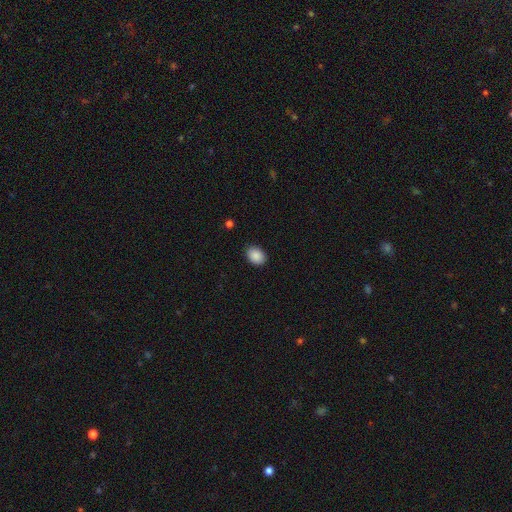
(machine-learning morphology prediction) Q: Smooth or featured?
A: smooth (89%); runner-up: star or artifact (8%)
Q: How rounded?
A: in between (69%); runner-up: round (30%)
Q: Merging?
A: none (87%); runner-up: minor disturbance (10%)